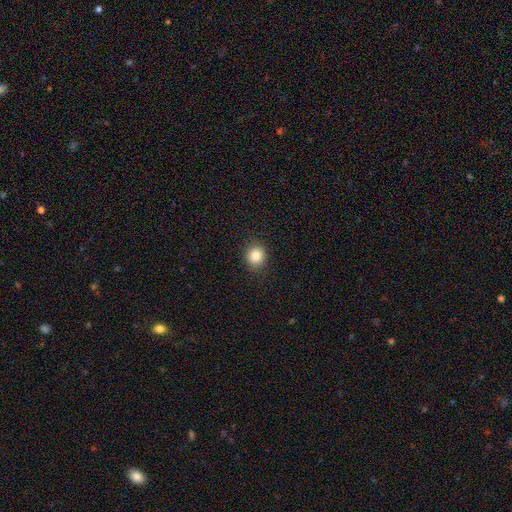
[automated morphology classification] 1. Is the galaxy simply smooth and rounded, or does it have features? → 84% smooth, 11% star or artifact, 5% featured or disk.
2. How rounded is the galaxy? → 84% round, 15% in between, 1% cigar-shaped.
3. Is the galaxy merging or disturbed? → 90% none, 7% minor disturbance, 2% major disturbance, 1% merger.